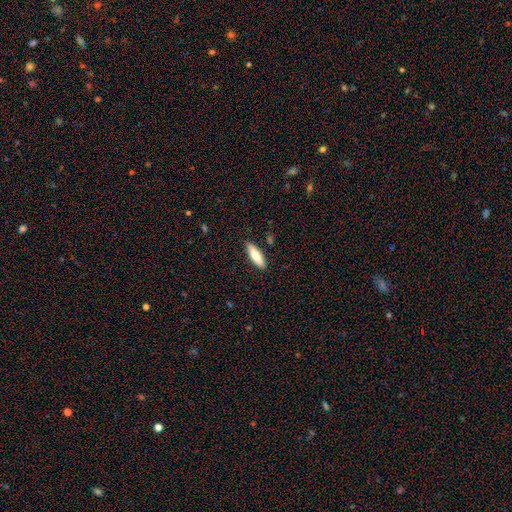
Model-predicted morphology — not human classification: The model was most divided on "how rounded": cigar-shaped: 54%, in between: 44%, round: 2%. More confident: merging — none (88%); smooth or featured — smooth (76%).